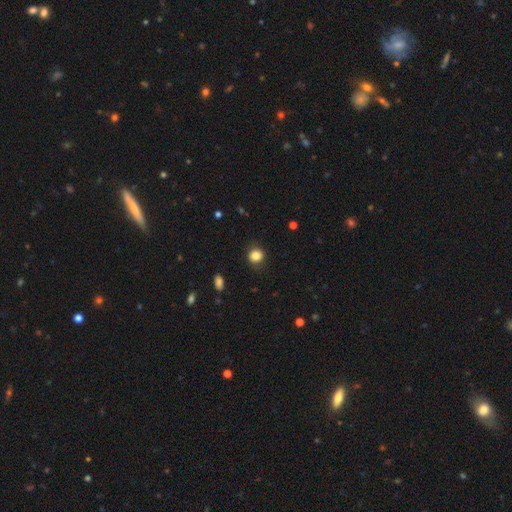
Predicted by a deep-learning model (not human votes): Smooth or featured? Predicted: smooth (p=0.84). How rounded? Predicted: round (p=0.79). Merging? Predicted: none (p=0.83).